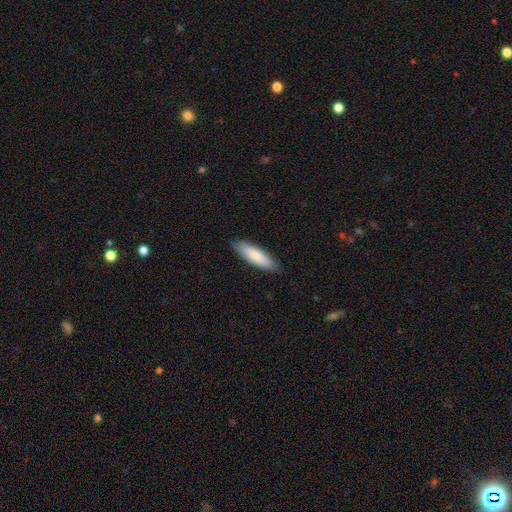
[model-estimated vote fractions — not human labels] smooth 83%, featured or disk 12%, star or artifact 5%. Down the decision tree: how rounded — cigar-shaped (61%); merging — none (87%).